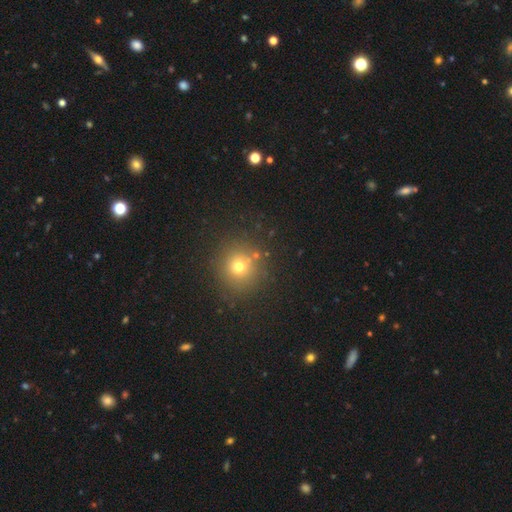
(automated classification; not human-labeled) Q: Smooth or featured?
A: smooth (64%); runner-up: star or artifact (27%)
Q: How rounded?
A: round (92%); runner-up: in between (7%)
Q: Merging?
A: none (85%); runner-up: minor disturbance (8%)